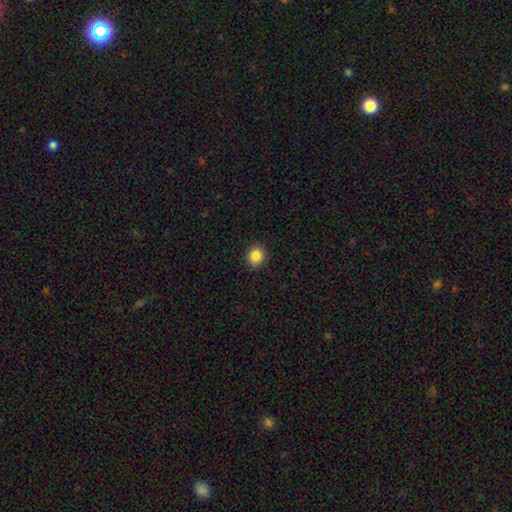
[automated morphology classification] This is clearly a smooth galaxy (86%). How rounded: clearly round (84%). Merging: clearly none (89%).